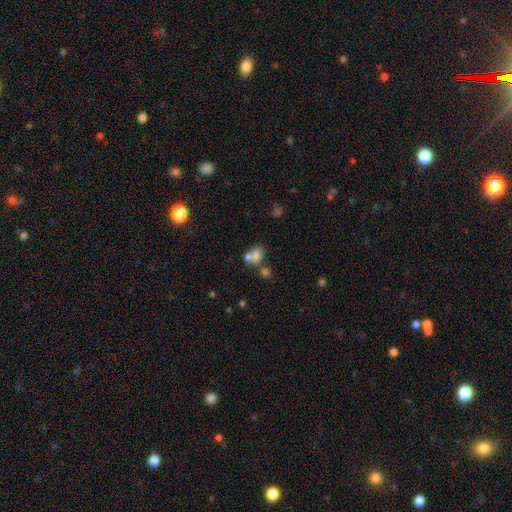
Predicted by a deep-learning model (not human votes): smooth 71%, featured or disk 16%, star or artifact 14%. Down the decision tree: how rounded — in between (63%); merging — merger (49%).